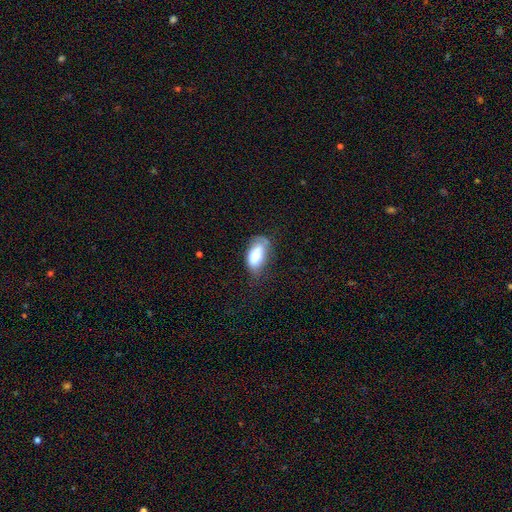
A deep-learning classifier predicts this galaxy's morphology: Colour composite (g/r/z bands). It shows a smooth galaxy with no disk features (71%) that is in between round and cigar-shaped (92%). Merging: none (50%).